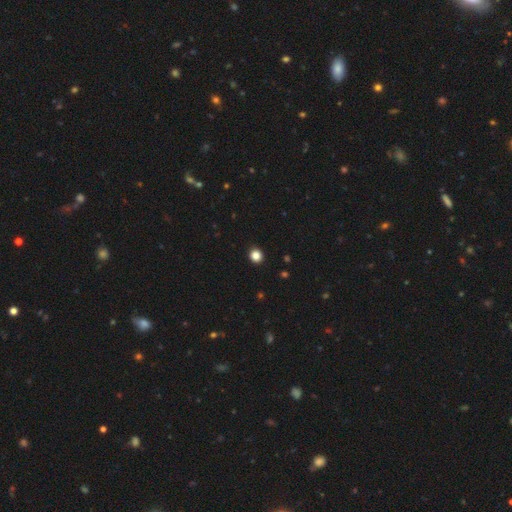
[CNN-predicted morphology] smooth-or-featured: smooth: 85% | star or artifact: 11% | featured or disk: 4%
  how-rounded: round: 86% | in between: 13% | cigar-shaped: 1%
  merging: none: 93% | minor disturbance: 4% | major disturbance: 1% | merger: 1%